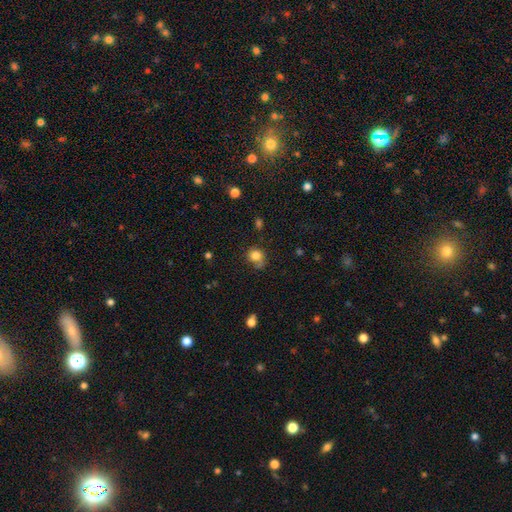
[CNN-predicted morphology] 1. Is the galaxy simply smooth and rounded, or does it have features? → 81% smooth, 12% star or artifact, 7% featured or disk.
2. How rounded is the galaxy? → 80% round, 19% in between, 1% cigar-shaped.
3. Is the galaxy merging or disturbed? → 63% none, 22% minor disturbance, 8% major disturbance, 6% merger.